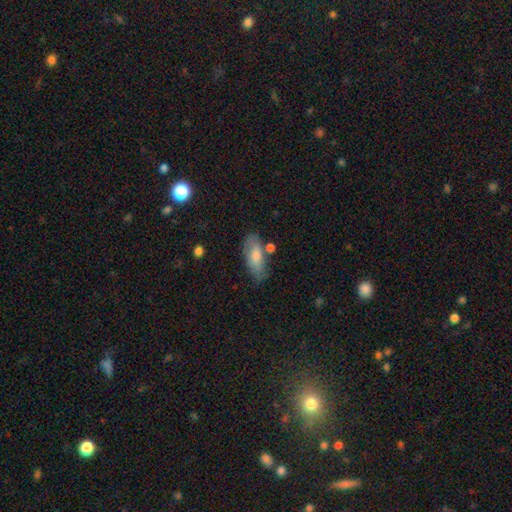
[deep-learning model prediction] A smooth galaxy with no disk features (67%) that is in between round and cigar-shaped (76%). Merging: none (70%).